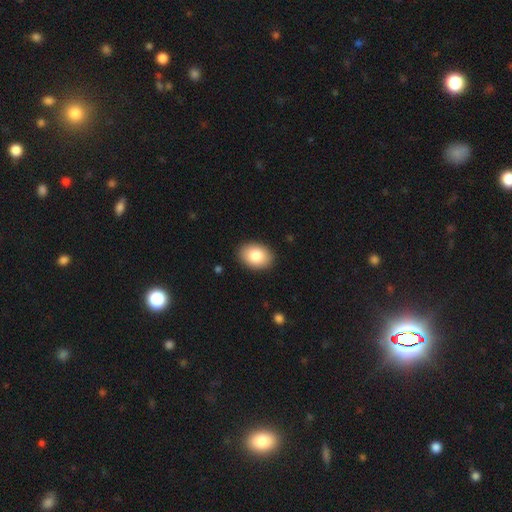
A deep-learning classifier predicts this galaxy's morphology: A smooth galaxy with no disk features (83%) that is in between round and cigar-shaped (76%).

Vote fractions:
- Smooth or featured? smooth: 83% / featured or disk: 9% / star or artifact: 7%
- How rounded? in between: 76% / round: 23% / cigar-shaped: 1%
- Merging? none: 90% / minor disturbance: 8% / major disturbance: 2% / merger: 1%